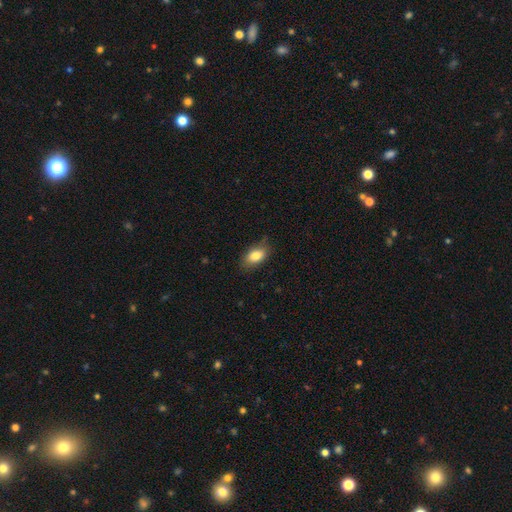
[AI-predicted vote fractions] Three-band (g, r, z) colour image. It shows a smooth galaxy with no disk features (83%) that is in between round and cigar-shaped (89%). Merging: none (78%).